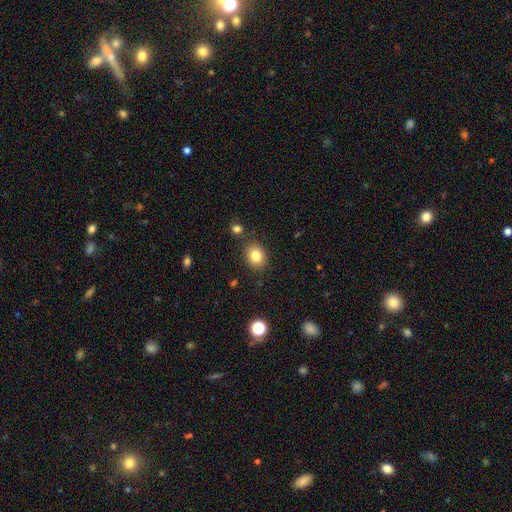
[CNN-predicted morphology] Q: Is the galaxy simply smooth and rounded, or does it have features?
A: smooth — 83%.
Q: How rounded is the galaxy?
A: in between — 50%.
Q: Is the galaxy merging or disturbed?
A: none — 84%.